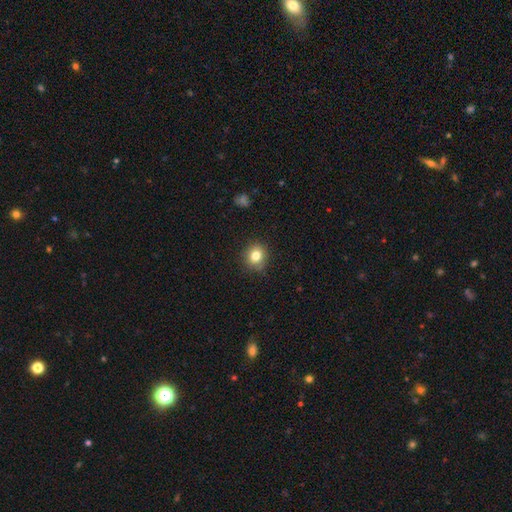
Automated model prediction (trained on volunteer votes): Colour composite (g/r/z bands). It shows a smooth galaxy with no disk features (81%) that is round (79%). Merging: none (87%).